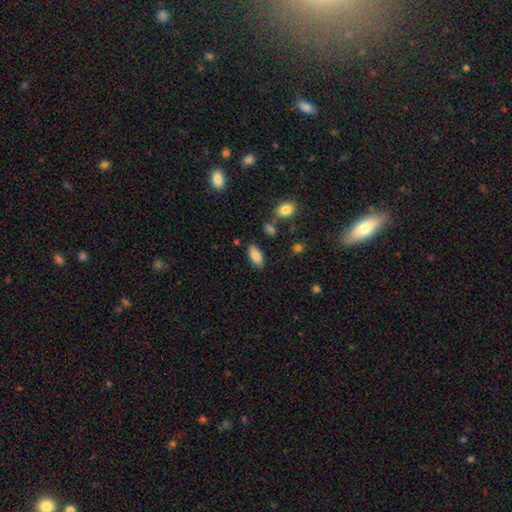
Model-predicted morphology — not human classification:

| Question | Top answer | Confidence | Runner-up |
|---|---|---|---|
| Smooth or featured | smooth | 85% | featured or disk (8%) |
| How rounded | in between | 90% | cigar-shaped (8%) |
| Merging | none | 82% | minor disturbance (12%) |